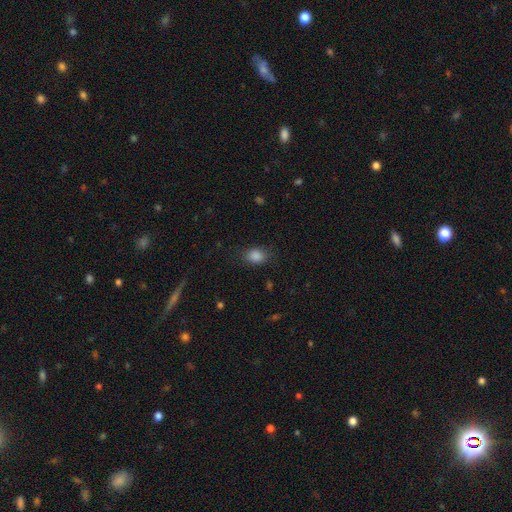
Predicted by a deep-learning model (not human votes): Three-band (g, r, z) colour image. It shows a smooth galaxy with no disk features (86%) that is in between round and cigar-shaped (72%). Merging: none (81%).